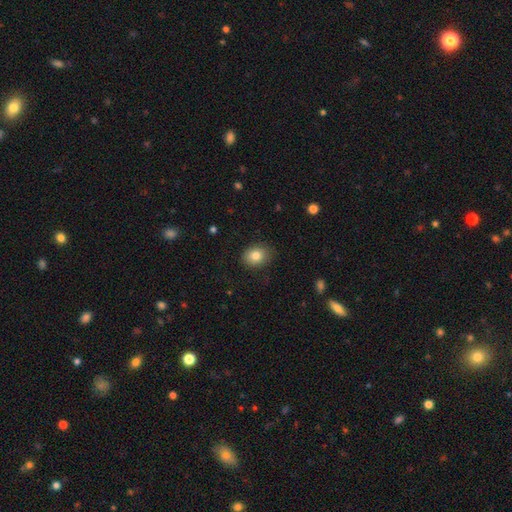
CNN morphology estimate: Smooth or featured: smooth — 82% (star or artifact — 9%)
How rounded: in between — 56% (round — 43%)
Merging: none — 84% (minor disturbance — 12%)